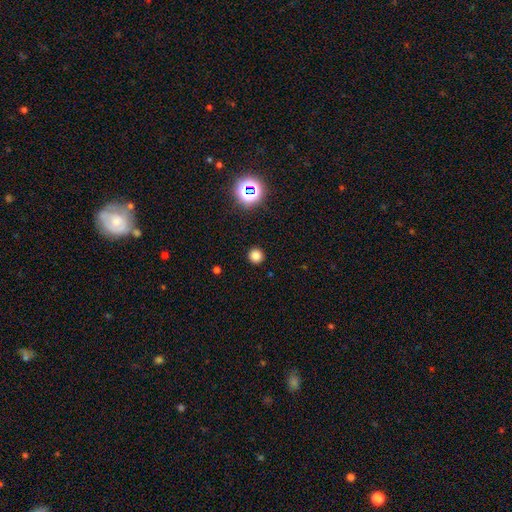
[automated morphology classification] This appears to be a smooth galaxy with no disk features (79%) that is round (94%). Merging: none (93%).